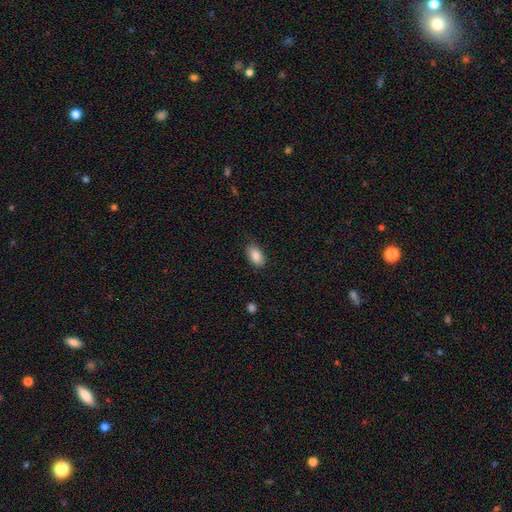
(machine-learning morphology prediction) A smooth galaxy with no disk features (85%) that is in between round and cigar-shaped (92%).

Vote fractions:
- Smooth or featured? smooth: 85% / featured or disk: 8% / star or artifact: 7%
- How rounded? in between: 92% / round: 6% / cigar-shaped: 2%
- Merging? none: 84% / minor disturbance: 13% / major disturbance: 2% / merger: 1%